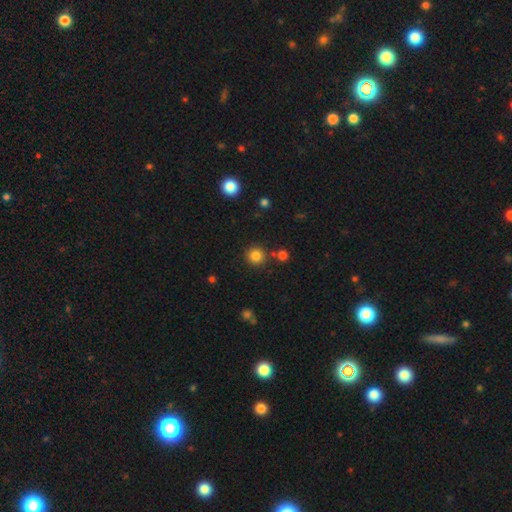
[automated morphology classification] smooth_or_featured: smooth (p=0.83) [alt: star or artifact p=0.12]
how_rounded: round (p=0.94) [alt: in between p=0.05]
merging: none (p=0.84) [alt: minor disturbance p=0.07]